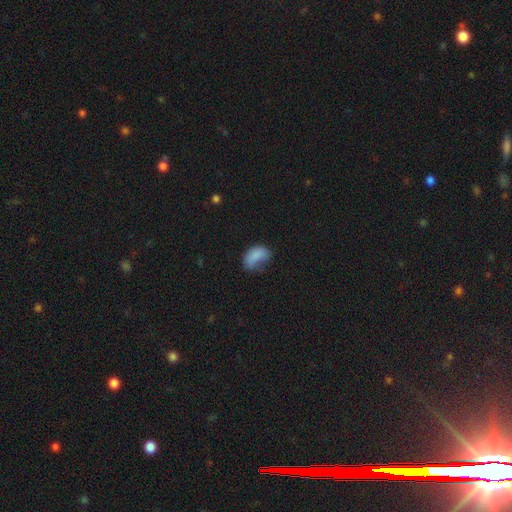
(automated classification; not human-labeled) Morphology: type=smooth (79%); roundness=in between (90%); merging=minor disturbance (34%).